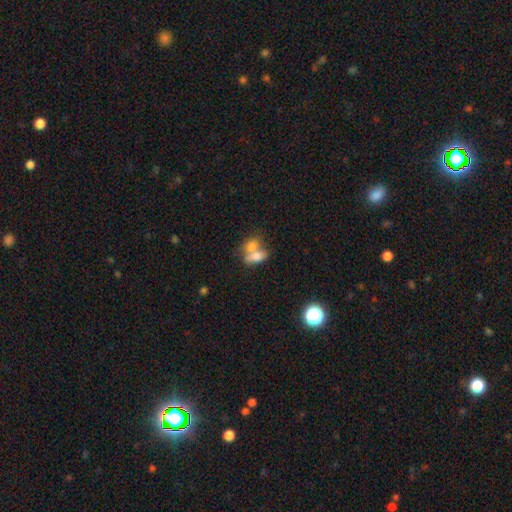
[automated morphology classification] This is likely a smooth galaxy (72%). How rounded: clearly in between (82%). Merging: likely merger (66%).